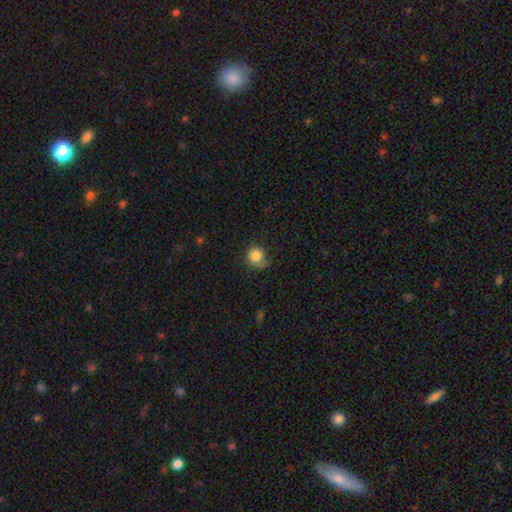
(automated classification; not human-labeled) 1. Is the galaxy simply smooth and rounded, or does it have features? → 82% smooth, 9% featured or disk, 9% star or artifact.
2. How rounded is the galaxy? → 87% round, 12% in between, 1% cigar-shaped.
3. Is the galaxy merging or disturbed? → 56% none, 27% minor disturbance, 15% major disturbance, 2% merger.